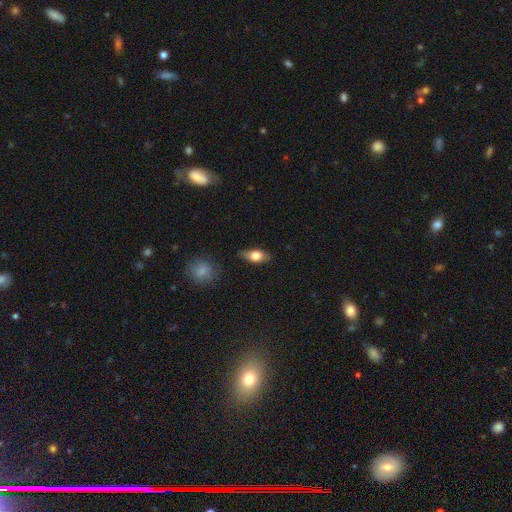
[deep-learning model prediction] Smooth or featured? smooth (75%)
How rounded? in between (82%)
Merging? none (79%)